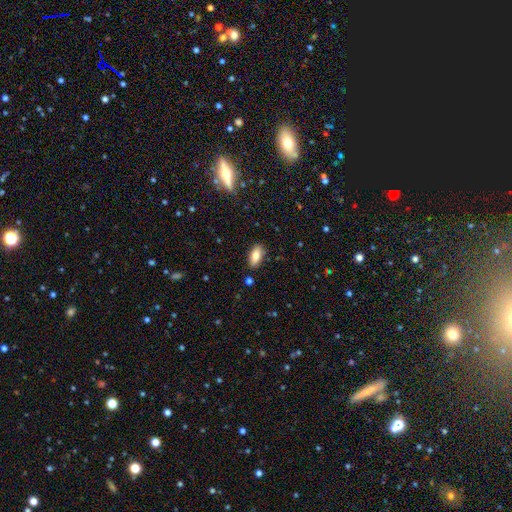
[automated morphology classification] A smooth galaxy with no disk features (82%) that is in between round and cigar-shaped (87%).

Vote fractions:
- Smooth or featured? smooth: 82% / featured or disk: 11% / star or artifact: 8%
- How rounded? in between: 87% / cigar-shaped: 10% / round: 3%
- Merging? none: 86% / minor disturbance: 10% / major disturbance: 2% / merger: 2%